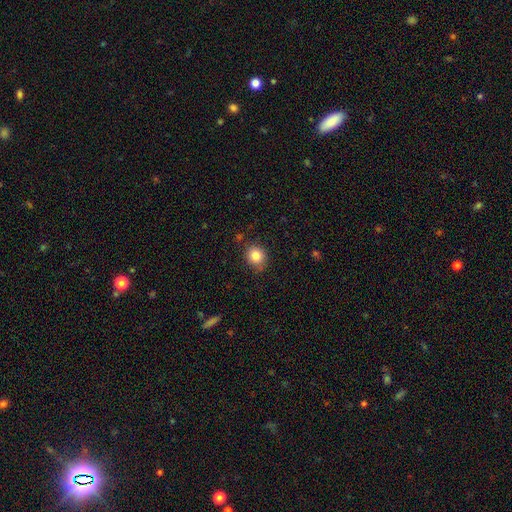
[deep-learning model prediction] Morphology: type=smooth (83%); roundness=round (80%); merging=none (83%).